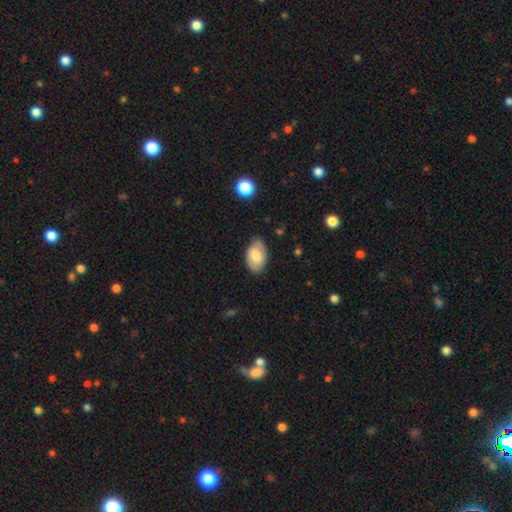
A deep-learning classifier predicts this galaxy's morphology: A smooth galaxy with no disk features (67%) that is in between round and cigar-shaped (93%). Merging: none (76%).